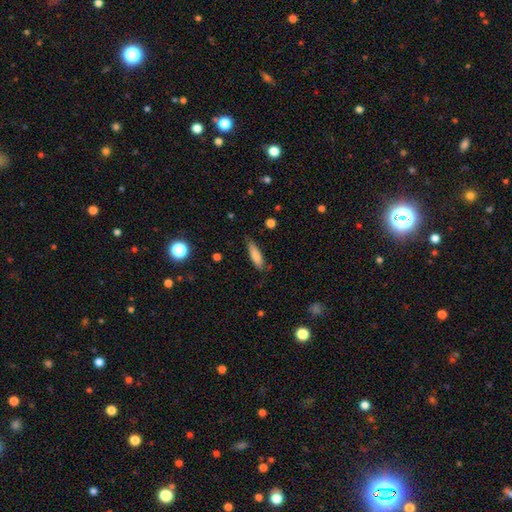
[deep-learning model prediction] Smooth or featured? Predicted: smooth (p=0.78). How rounded? Predicted: cigar-shaped (p=0.60). Merging? Predicted: none (p=0.75).